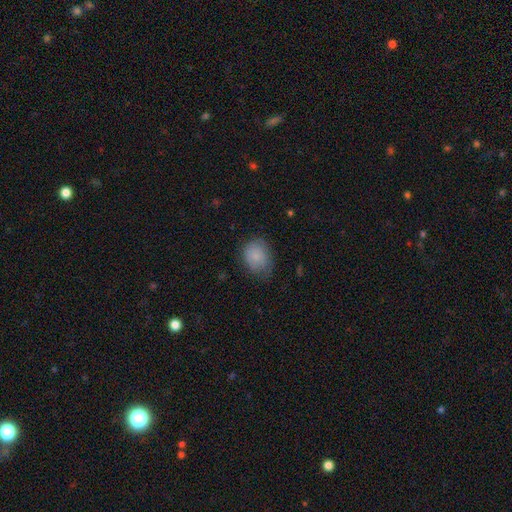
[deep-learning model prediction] Smooth or featured? Predicted: smooth (p=0.82). How rounded? Predicted: in between (p=0.52). Merging? Predicted: none (p=0.58).